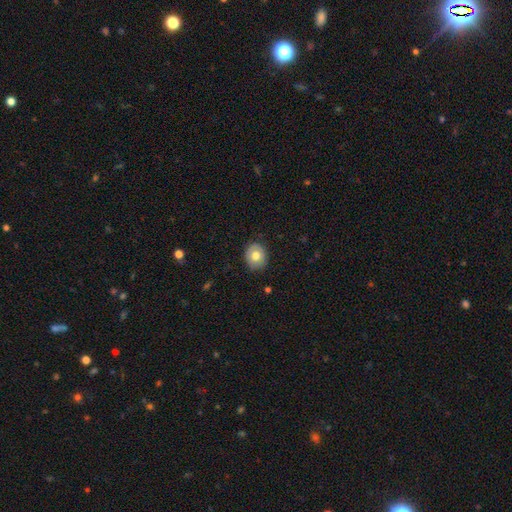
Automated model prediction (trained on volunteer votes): This is likely a smooth galaxy (72%). How rounded: likely round (68%). Merging: clearly none (86%).